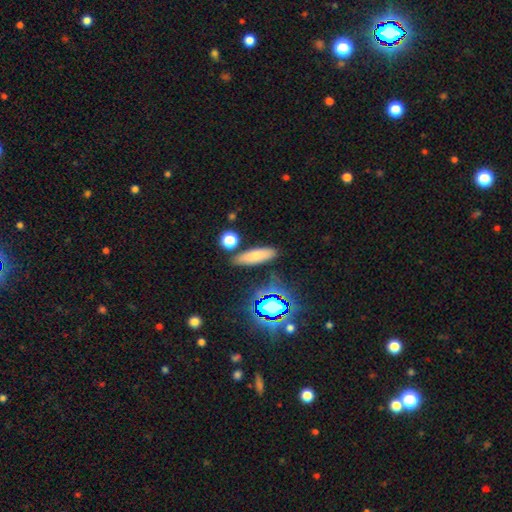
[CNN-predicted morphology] Smooth or featured: smooth — 71% (featured or disk — 16%)
How rounded: cigar-shaped — 49% (in between — 46%)
Merging: none — 81% (minor disturbance — 10%)